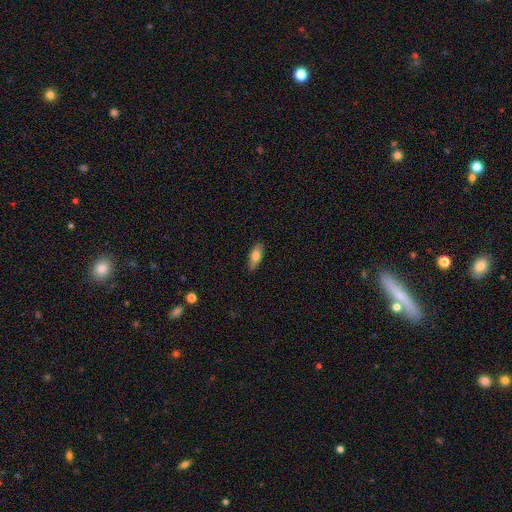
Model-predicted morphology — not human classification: This appears to be a smooth galaxy with no disk features (75%) that is in between round and cigar-shaped (79%). Merging: none (83%).